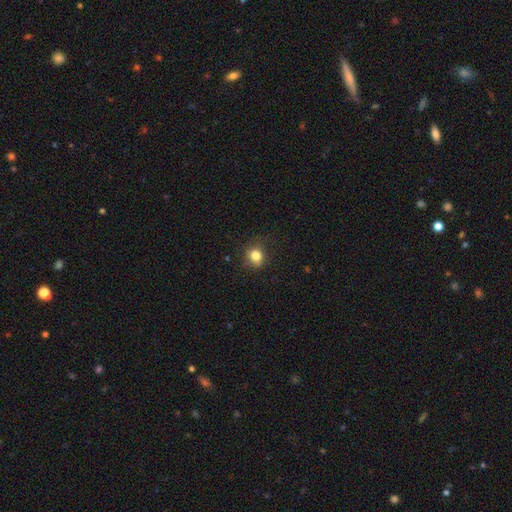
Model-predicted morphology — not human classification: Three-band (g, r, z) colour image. It shows a smooth galaxy with no disk features (82%) that is round (68%). Merging: none (76%).